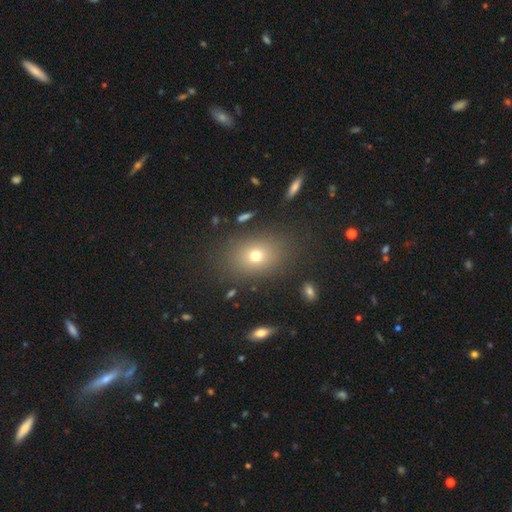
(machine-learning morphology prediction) Overall: smooth (70%). How rounded: in between (62%; round 37%). Merging: none (82%).